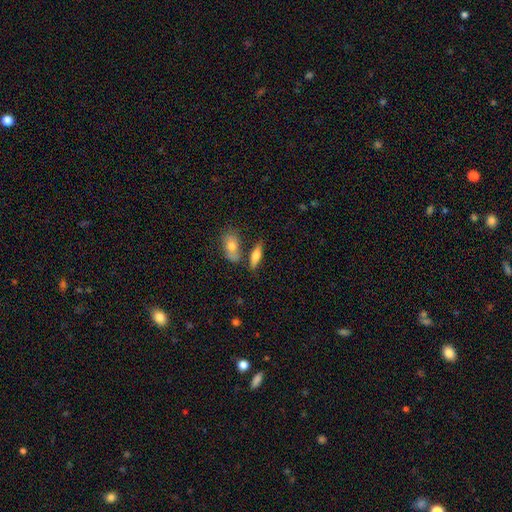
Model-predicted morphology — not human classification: Q: Smooth or featured?
A: smooth (64%); runner-up: featured or disk (30%)
Q: How rounded?
A: in between (49%); runner-up: cigar-shaped (47%)
Q: Merging?
A: none (64%); runner-up: merger (19%)